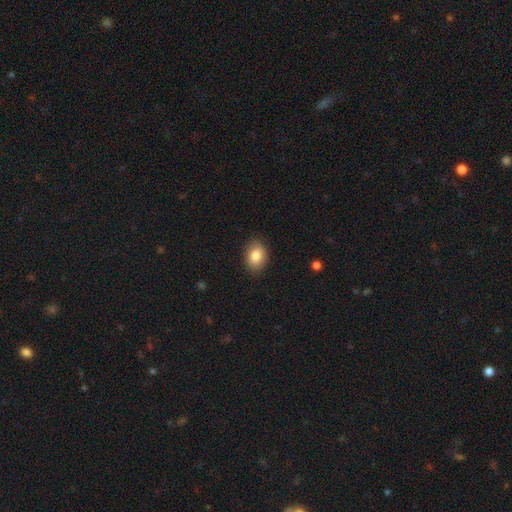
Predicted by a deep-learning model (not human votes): The model was most divided on "how rounded": in between: 69%, round: 30%, cigar-shaped: 1%. More confident: merging — none (86%); smooth or featured — smooth (84%).